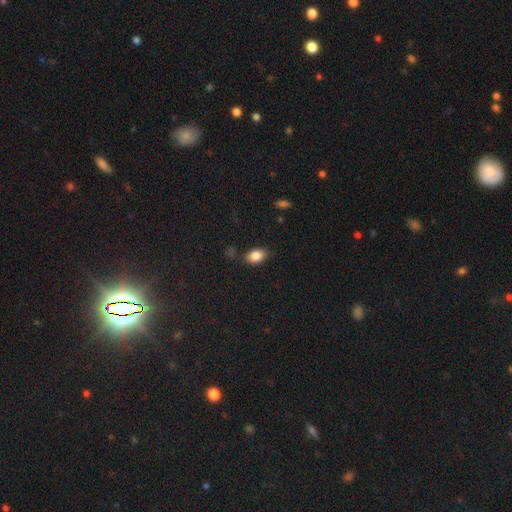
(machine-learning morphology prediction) A smooth galaxy with no disk features (84%) that is in between round and cigar-shaped (85%). Merging: none (78%).